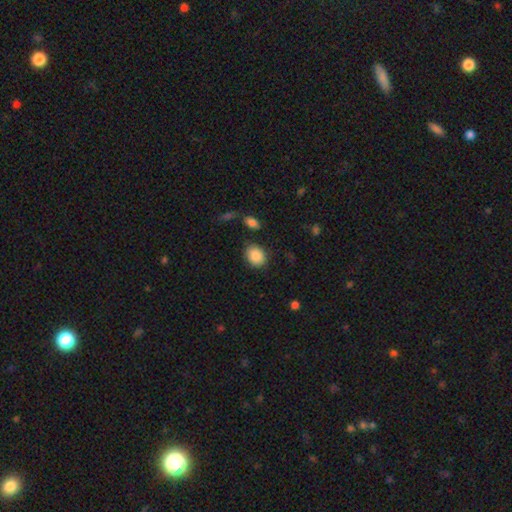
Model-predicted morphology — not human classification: This is clearly a smooth galaxy (88%). How rounded: possibly in between (56%). Merging: clearly none (81%).